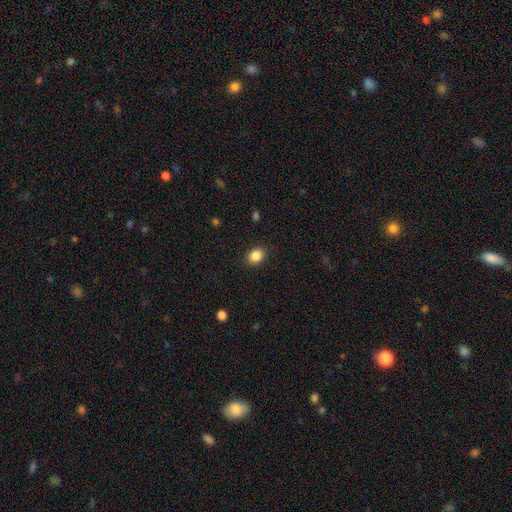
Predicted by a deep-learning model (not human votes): Smooth or featured? Predicted: smooth (p=0.86). How rounded? Predicted: in between (p=0.57). Merging? Predicted: none (p=0.88).